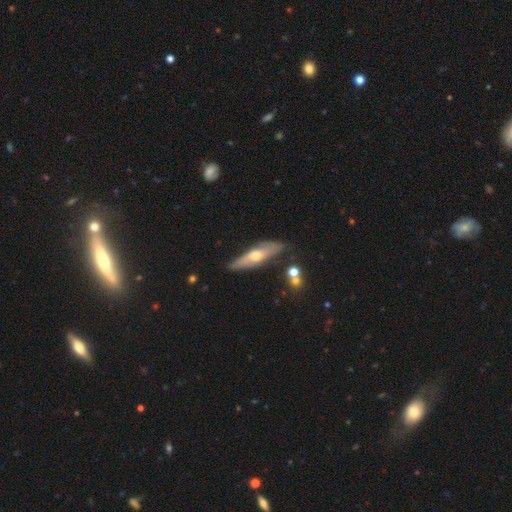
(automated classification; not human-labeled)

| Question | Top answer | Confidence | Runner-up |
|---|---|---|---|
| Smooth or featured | featured or disk | 57% | smooth (36%) |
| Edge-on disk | yes | 71% | no (29%) |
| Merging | none | 78% | minor disturbance (15%) |